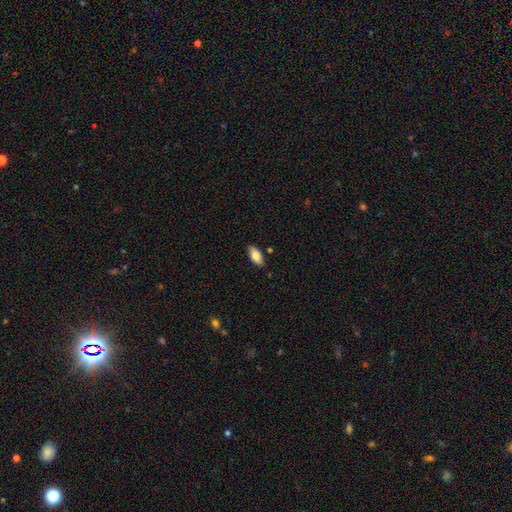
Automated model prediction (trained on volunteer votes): Q: Smooth or featured?
A: smooth (79%); runner-up: featured or disk (14%)
Q: How rounded?
A: in between (88%); runner-up: cigar-shaped (9%)
Q: Merging?
A: none (83%); runner-up: minor disturbance (13%)